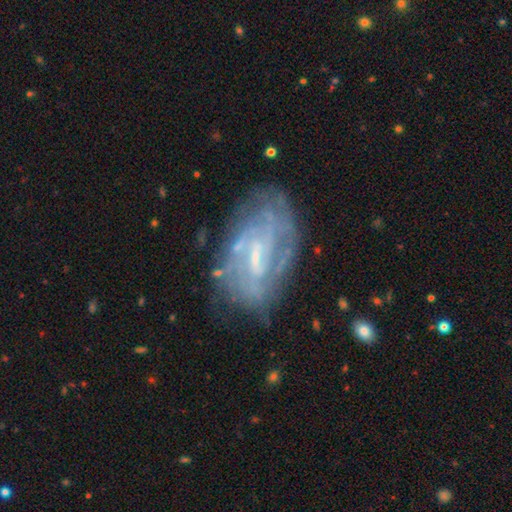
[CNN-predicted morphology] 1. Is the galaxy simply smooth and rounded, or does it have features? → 81% featured or disk, 12% smooth, 7% star or artifact.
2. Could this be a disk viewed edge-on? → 96% no, 4% yes.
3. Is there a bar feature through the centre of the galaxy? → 52% weak, 28% strong, 20% no.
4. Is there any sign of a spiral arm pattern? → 83% yes, 17% no.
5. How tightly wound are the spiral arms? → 54% tight, 33% medium, 12% loose.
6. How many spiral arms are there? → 47% can't tell, 27% 2, 11% 3, 6% 4, 5% 1, 4% more than 4.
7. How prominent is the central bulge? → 57% small, 22% moderate, 19% none, 2% large, 1% dominant.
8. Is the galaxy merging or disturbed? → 68% none, 20% minor disturbance, 10% major disturbance, 3% merger.